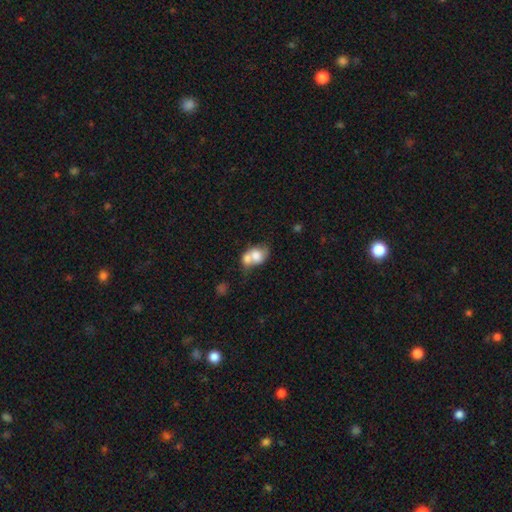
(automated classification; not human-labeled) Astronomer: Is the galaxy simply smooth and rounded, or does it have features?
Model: smooth — 71%.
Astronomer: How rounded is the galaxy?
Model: in between — 57% (runner-up: round, 42%).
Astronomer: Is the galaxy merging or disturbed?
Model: merger — 67%.